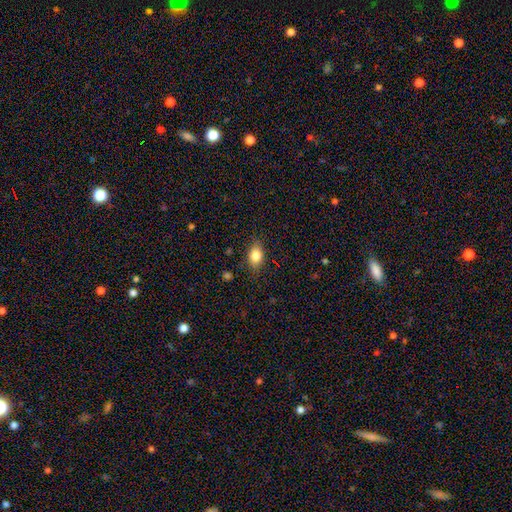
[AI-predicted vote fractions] Smooth or featured? smooth (82%)
How rounded? in between (78%)
Merging? none (82%)